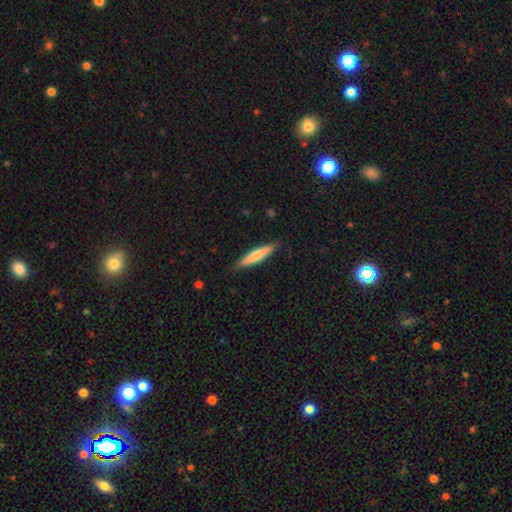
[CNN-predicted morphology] The model was most divided on "smooth or featured": smooth: 64%, featured or disk: 30%, star or artifact: 5%. More confident: how rounded — cigar-shaped (87%); merging — none (87%).